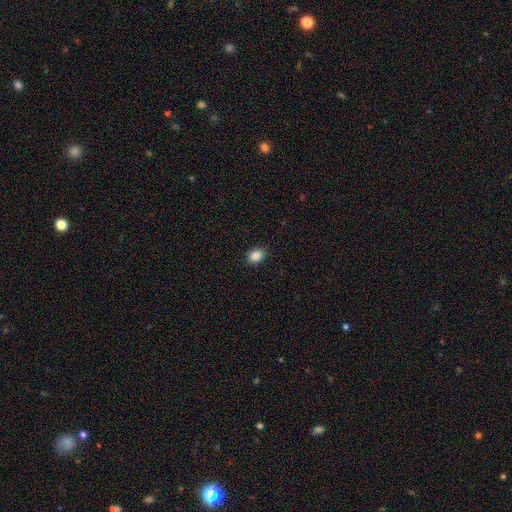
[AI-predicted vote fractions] A smooth galaxy with no disk features (87%) that is in between round and cigar-shaped (53%).

Vote fractions:
- Smooth or featured? smooth: 87% / star or artifact: 10% / featured or disk: 4%
- How rounded? in between: 53% / round: 46% / cigar-shaped: 1%
- Merging? none: 88% / minor disturbance: 9% / major disturbance: 2% / merger: 1%